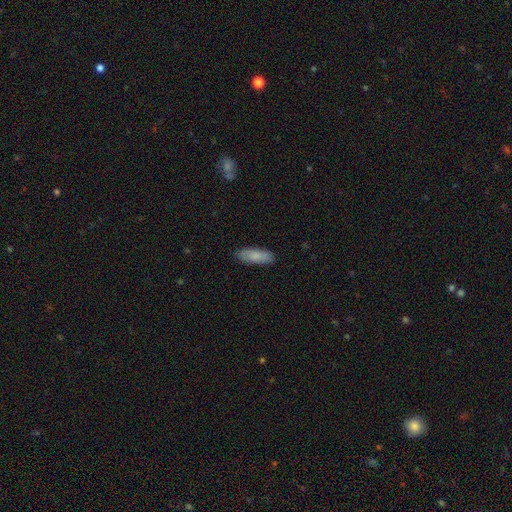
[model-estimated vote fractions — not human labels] This is clearly a smooth galaxy (85%). How rounded: likely in between (61%). Merging: clearly none (87%).